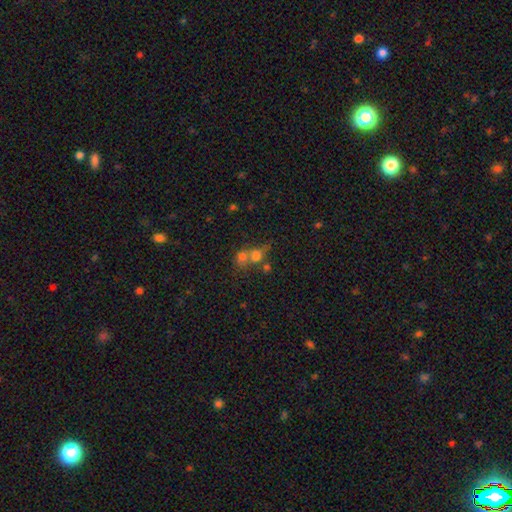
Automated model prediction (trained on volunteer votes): The model was most divided on "merging": merger: 61%, none: 27%, minor disturbance: 7%, major disturbance: 5%. More confident: how rounded — round (68%); smooth or featured — smooth (67%).